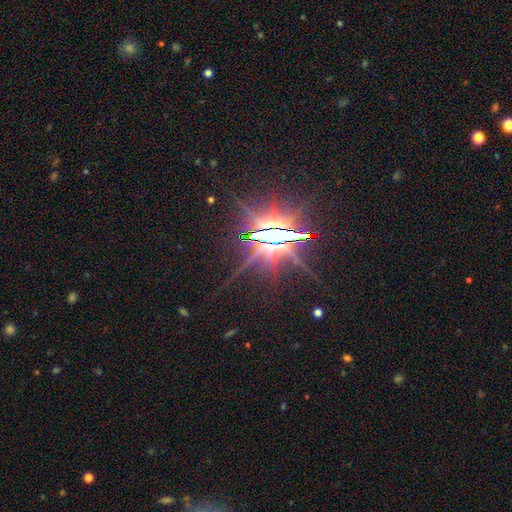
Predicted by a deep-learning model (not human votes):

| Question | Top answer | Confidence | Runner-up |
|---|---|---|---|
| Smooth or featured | star or artifact | 80% | featured or disk (15%) |